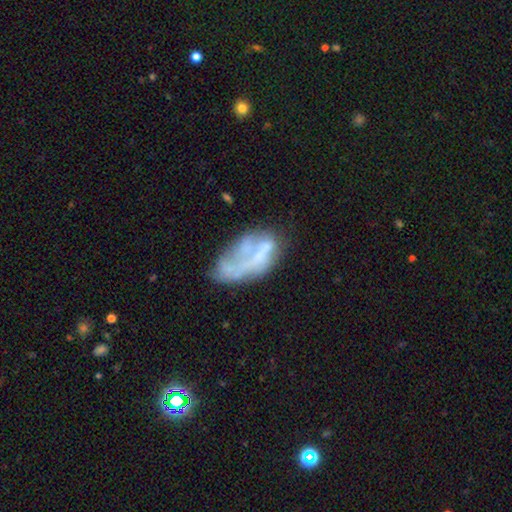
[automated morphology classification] This appears to be a featured or disk galaxy (55%) with no bar (78%), no spiral arms (81%) and no central bulge (66%). Merging: major disturbance (33%).